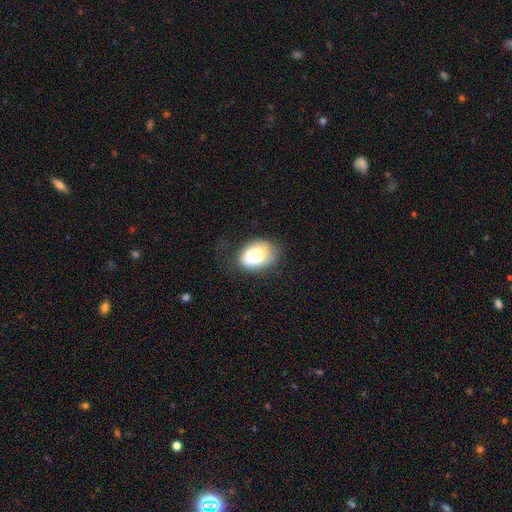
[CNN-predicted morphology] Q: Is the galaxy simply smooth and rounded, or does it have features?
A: smooth — 75%.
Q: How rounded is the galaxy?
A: in between — 74%.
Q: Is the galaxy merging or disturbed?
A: none — 55%.